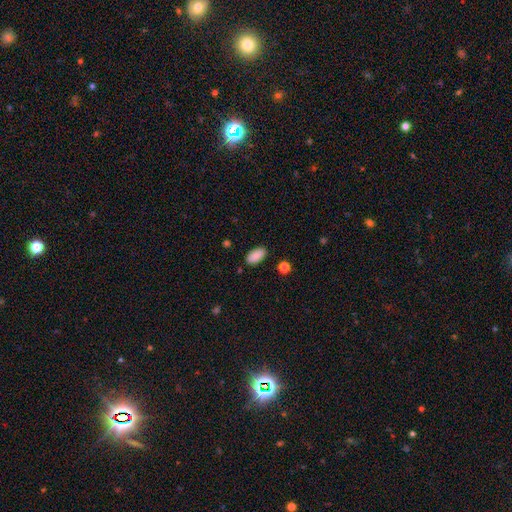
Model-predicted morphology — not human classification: Smooth or featured? Predicted: smooth (p=0.89). How rounded? Predicted: in between (p=0.93). Merging? Predicted: none (p=0.86).